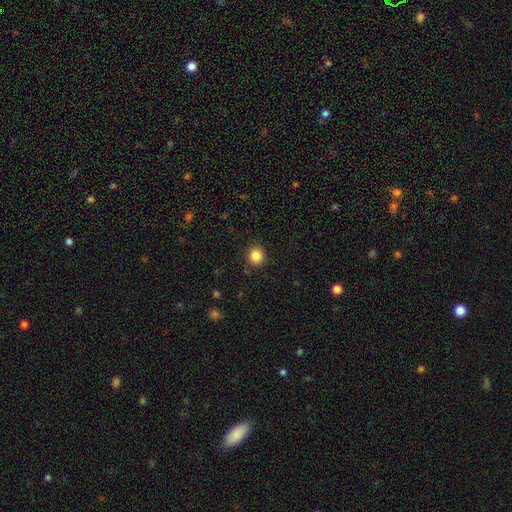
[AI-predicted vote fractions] This is clearly a smooth galaxy (84%). How rounded: clearly round (90%). Merging: clearly none (89%).